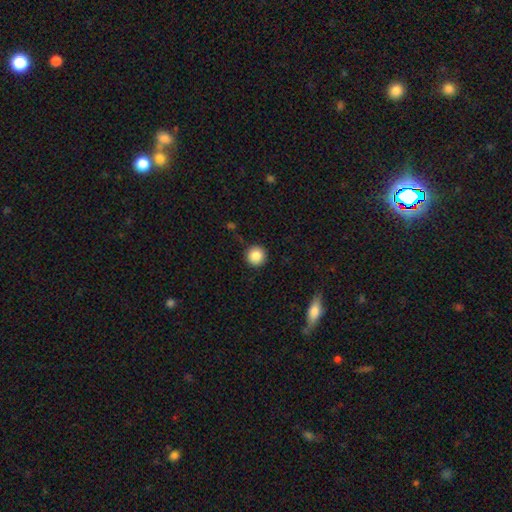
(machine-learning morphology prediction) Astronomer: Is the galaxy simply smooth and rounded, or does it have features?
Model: smooth — 86%.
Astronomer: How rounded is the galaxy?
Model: round — 96%.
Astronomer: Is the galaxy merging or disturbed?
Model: none — 91%.